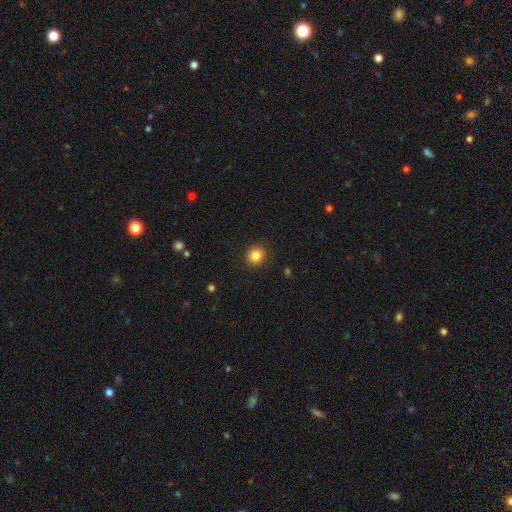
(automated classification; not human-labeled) The model was most divided on "smooth or featured": smooth: 84%, star or artifact: 11%, featured or disk: 5%. More confident: merging — none (91%); how rounded — round (90%).